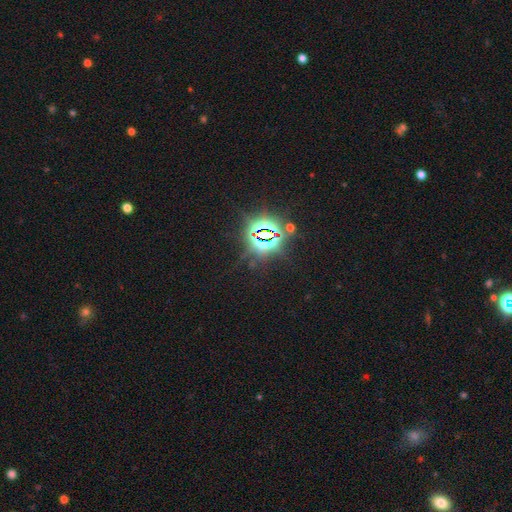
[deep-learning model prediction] Smooth or featured? star or artifact (83%)